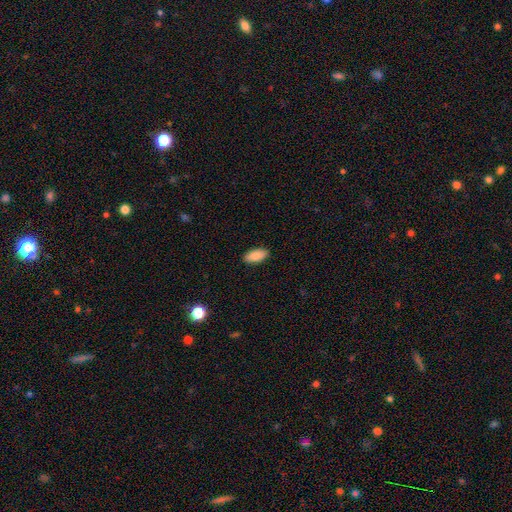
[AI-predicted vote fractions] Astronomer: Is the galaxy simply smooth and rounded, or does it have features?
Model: smooth — 84%.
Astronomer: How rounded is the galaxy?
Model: in between — 90%.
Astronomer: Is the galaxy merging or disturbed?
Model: none — 89%.